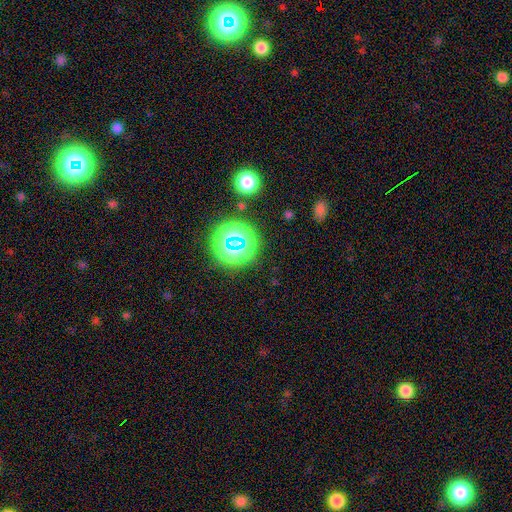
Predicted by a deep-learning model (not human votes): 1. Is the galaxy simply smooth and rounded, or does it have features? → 70% star or artifact, 22% smooth, 8% featured or disk.